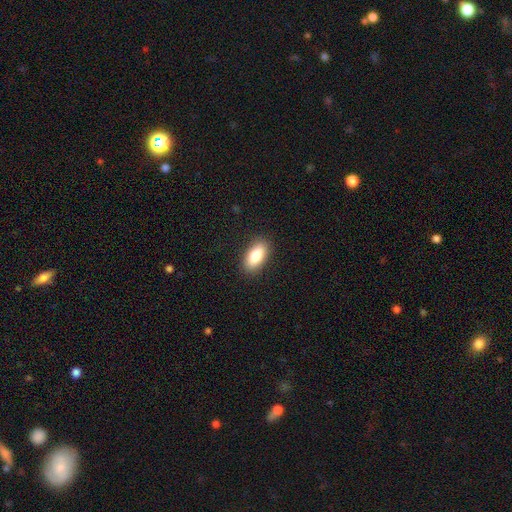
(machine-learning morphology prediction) This is clearly a smooth galaxy (83%). How rounded: clearly in between (90%). Merging: clearly none (89%).